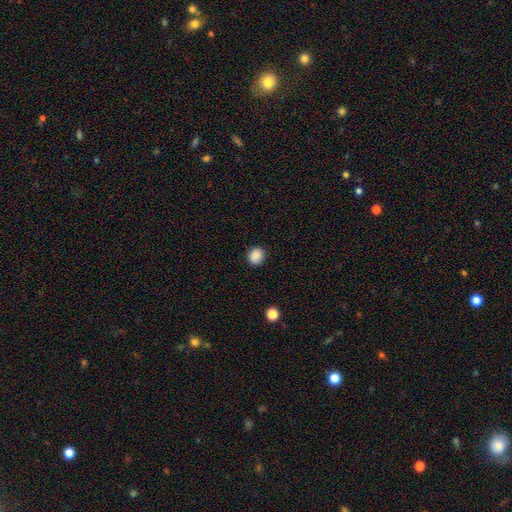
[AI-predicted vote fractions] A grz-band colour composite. It shows a smooth galaxy with no disk features (87%) that is round (85%). Merging: none (89%).